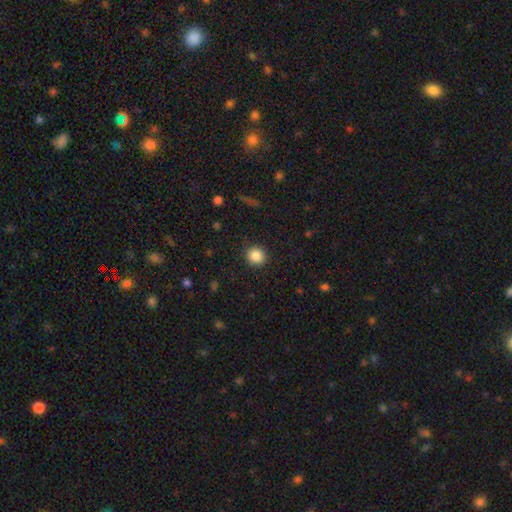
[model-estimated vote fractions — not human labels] Smooth or featured: smooth — 87% (star or artifact — 10%)
How rounded: round — 89% (in between — 10%)
Merging: none — 90% (minor disturbance — 7%)